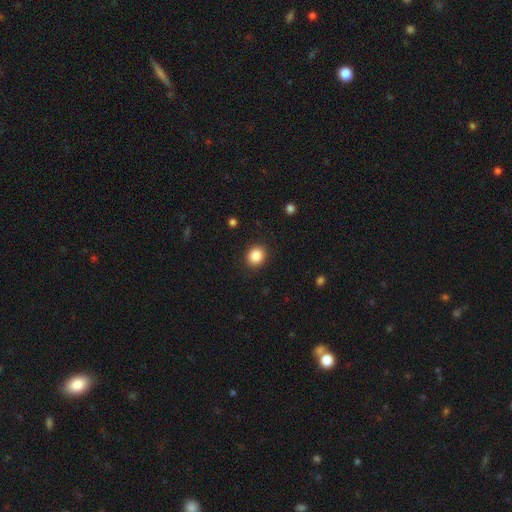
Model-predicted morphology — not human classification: Smooth or featured? smooth (87%)
How rounded? round (71%)
Merging? none (90%)